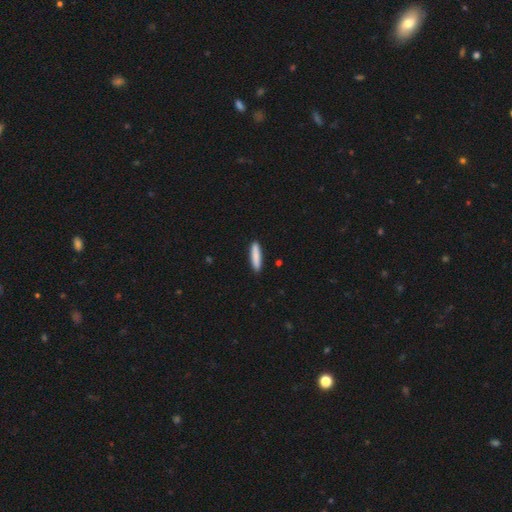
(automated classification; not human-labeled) Smooth or featured? smooth (86%)
How rounded? cigar-shaped (86%)
Merging? none (91%)